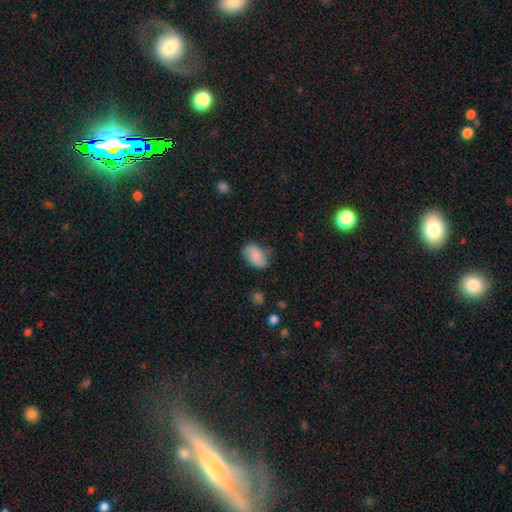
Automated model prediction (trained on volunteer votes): Smooth or featured?
  - smooth: 81% *
  - featured or disk: 12%
  - star or artifact: 8%
How rounded?
  - in between: 88% *
  - round: 11%
  - cigar-shaped: 1%
Merging?
  - none: 64% *
  - minor disturbance: 27%
  - major disturbance: 7%
  - merger: 2%